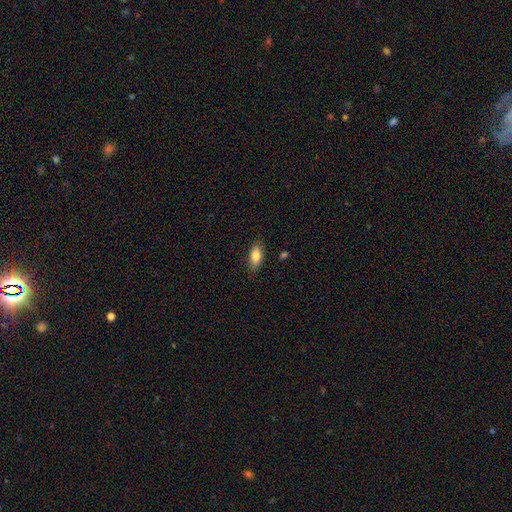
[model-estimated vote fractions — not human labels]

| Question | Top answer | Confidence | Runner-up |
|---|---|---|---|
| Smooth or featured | smooth | 83% | featured or disk (10%) |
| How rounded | in between | 89% | cigar-shaped (8%) |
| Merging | none | 82% | minor disturbance (14%) |